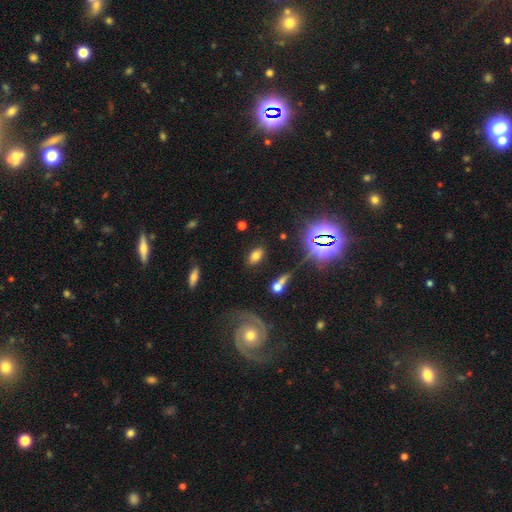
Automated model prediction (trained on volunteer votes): This appears to be a smooth galaxy with no disk features (66%) that is in between round and cigar-shaped (88%). Merging: none (81%).